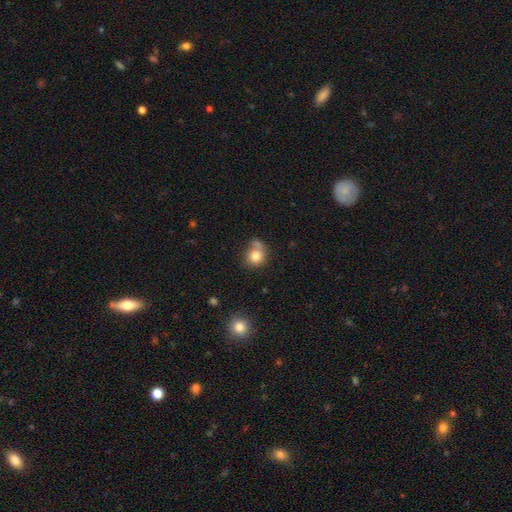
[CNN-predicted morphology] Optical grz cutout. It shows a smooth galaxy with no disk features (80%) that is round (79%). Merging: none (49%).